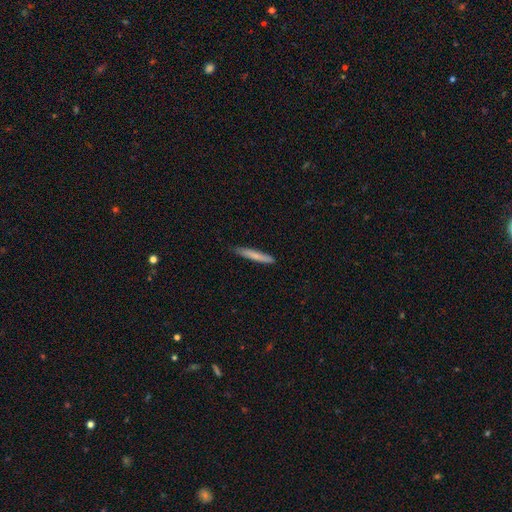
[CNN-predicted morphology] Smooth or featured? Predicted: smooth (p=0.73). How rounded? Predicted: cigar-shaped (p=0.95). Merging? Predicted: none (p=0.84).